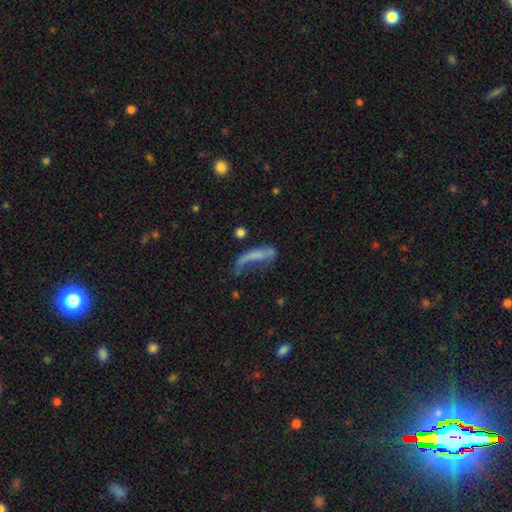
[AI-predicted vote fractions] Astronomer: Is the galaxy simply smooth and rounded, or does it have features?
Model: smooth — 50% (runner-up: featured or disk, 37%).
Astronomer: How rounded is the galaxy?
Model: cigar-shaped — 66%.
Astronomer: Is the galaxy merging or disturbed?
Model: major disturbance — 43% (runner-up: none, 26%).